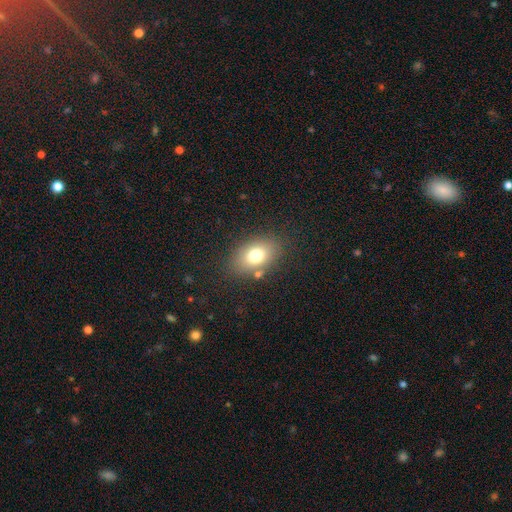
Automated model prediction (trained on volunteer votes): Morphology: type=smooth (74%); roundness=in between (79%); merging=none (80%).